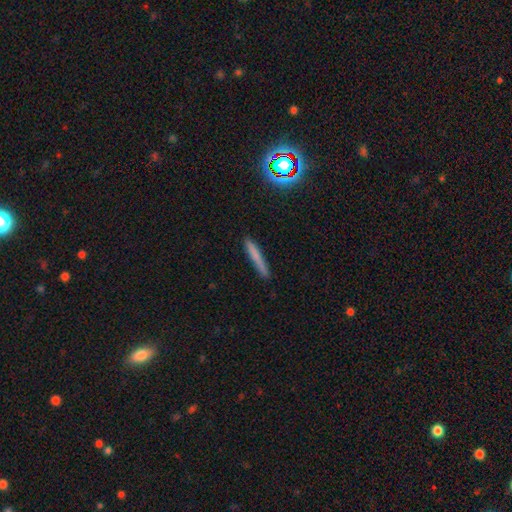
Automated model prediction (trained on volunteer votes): Smooth or featured?
  - smooth: 70% *
  - featured or disk: 19%
  - star or artifact: 11%
How rounded?
  - cigar-shaped: 95% *
  - in between: 4%
  - round: 2%
Merging?
  - none: 87% *
  - minor disturbance: 10%
  - major disturbance: 2%
  - merger: 1%